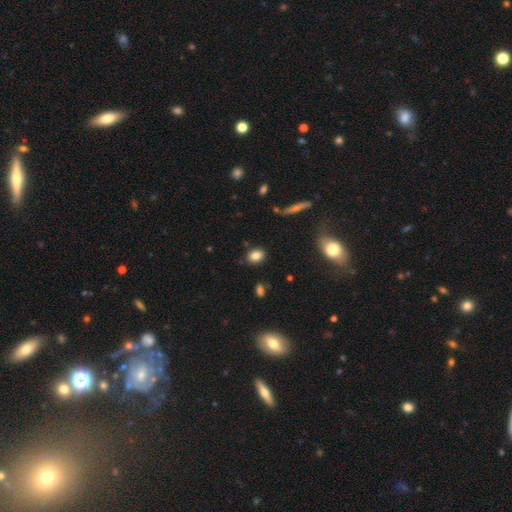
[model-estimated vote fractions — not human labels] Overall: smooth (83%). How rounded: in between (58%; round 40%). Merging: none (84%).